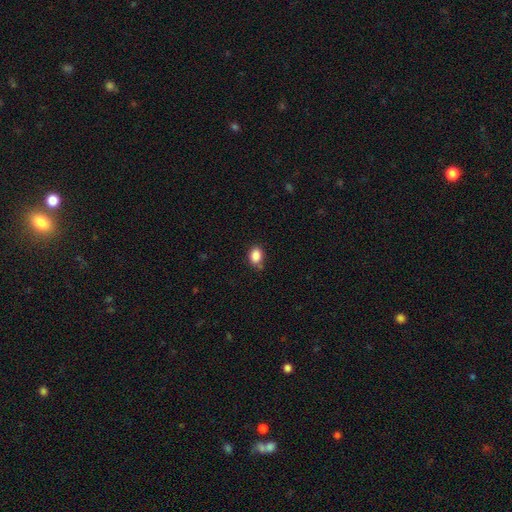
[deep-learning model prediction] Q: Smooth or featured?
A: smooth (87%); runner-up: star or artifact (9%)
Q: How rounded?
A: in between (73%); runner-up: round (26%)
Q: Merging?
A: none (75%); runner-up: minor disturbance (18%)